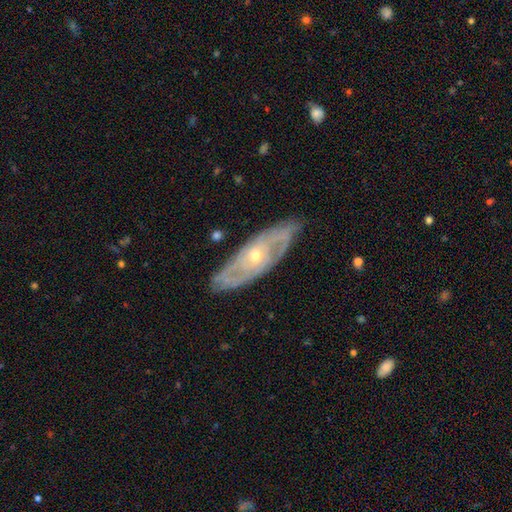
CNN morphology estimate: Q: Smooth or featured?
A: featured or disk (81%); runner-up: smooth (14%)
Q: Edge-on disk?
A: no (81%); runner-up: yes (19%)
Q: Bar?
A: no (78%); runner-up: weak (17%)
Q: Spiral arms?
A: yes (84%); runner-up: no (16%)
Q: Spiral winding?
A: tight (63%); runner-up: medium (28%)
Q: Spiral arm count?
A: can't tell (47%); runner-up: 2 (30%)
Q: Bulge size?
A: small (56%); runner-up: moderate (41%)
Q: Merging?
A: none (79%); runner-up: minor disturbance (16%)